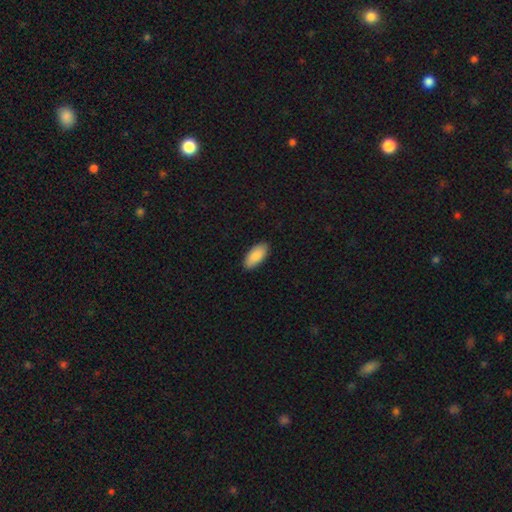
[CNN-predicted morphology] Smooth or featured: smooth — 89% (star or artifact — 6%)
How rounded: in between — 91% (cigar-shaped — 7%)
Merging: none — 89% (minor disturbance — 8%)